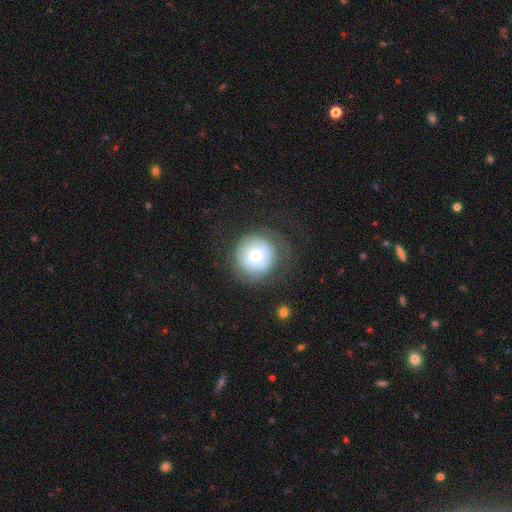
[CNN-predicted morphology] smooth_or_featured: smooth (p=0.59) [alt: featured or disk p=0.33]
how_rounded: round (p=0.94) [alt: in between p=0.05]
merging: none (p=0.67) [alt: minor disturbance p=0.17]